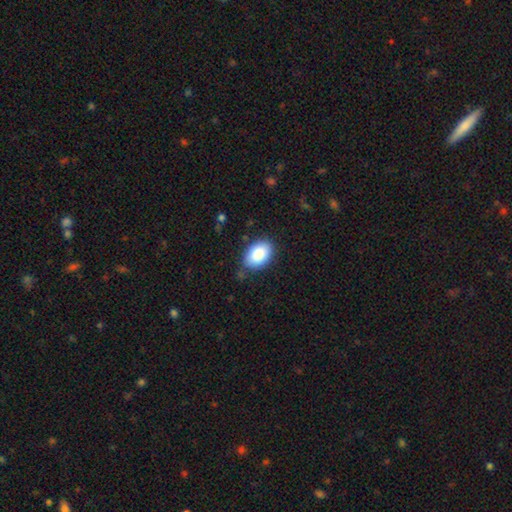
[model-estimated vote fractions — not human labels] Smooth or featured? smooth (88%)
How rounded? in between (88%)
Merging? none (77%)